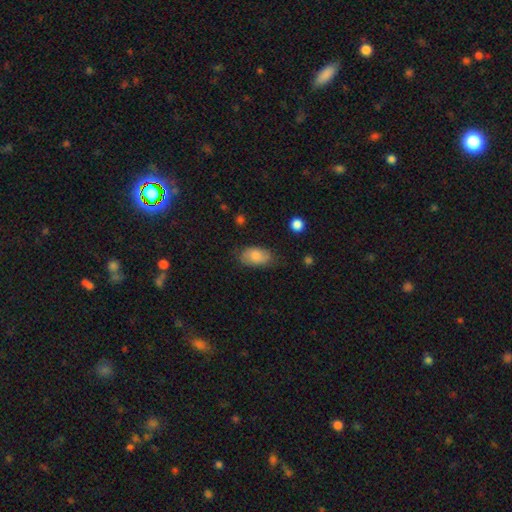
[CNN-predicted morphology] A smooth galaxy with no disk features (81%) that is in between round and cigar-shaped (92%).

Vote fractions:
- Smooth or featured? smooth: 81% / featured or disk: 11% / star or artifact: 8%
- How rounded? in between: 92% / round: 6% / cigar-shaped: 2%
- Merging? none: 73% / minor disturbance: 21% / major disturbance: 4% / merger: 1%